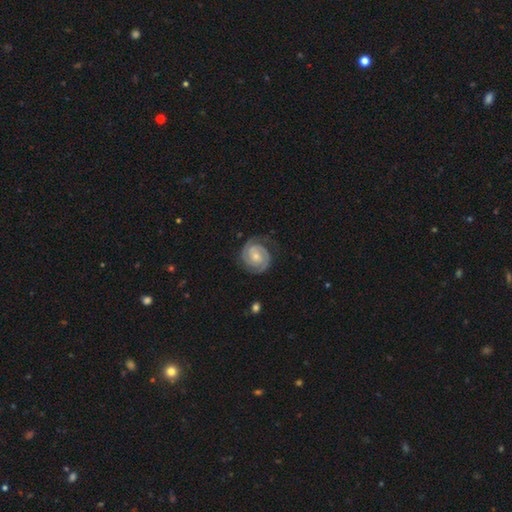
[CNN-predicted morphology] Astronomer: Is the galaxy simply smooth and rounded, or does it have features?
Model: featured or disk — 90%.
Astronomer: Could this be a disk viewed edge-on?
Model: no — 98%.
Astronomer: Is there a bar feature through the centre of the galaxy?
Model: no — 62%.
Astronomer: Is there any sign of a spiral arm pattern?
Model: yes — 98%.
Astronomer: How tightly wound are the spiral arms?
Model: tight — 75%.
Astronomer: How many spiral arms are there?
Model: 2 — 88%.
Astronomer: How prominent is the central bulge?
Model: small — 58% (runner-up: moderate, 37%).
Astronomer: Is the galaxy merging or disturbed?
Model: none — 79%.